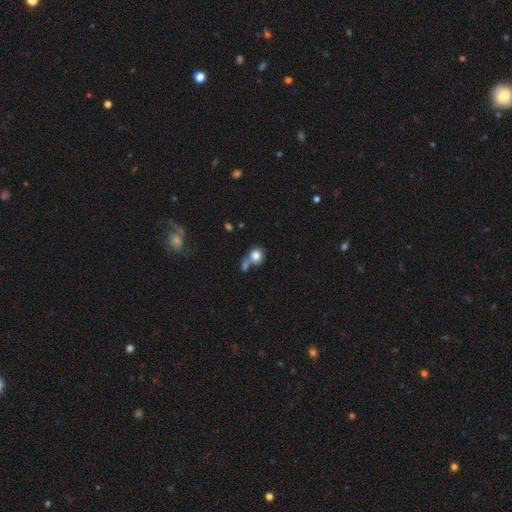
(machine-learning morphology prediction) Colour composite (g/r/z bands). It shows a smooth galaxy with no disk features (81%) that is round (82%). Merging: none (47%).